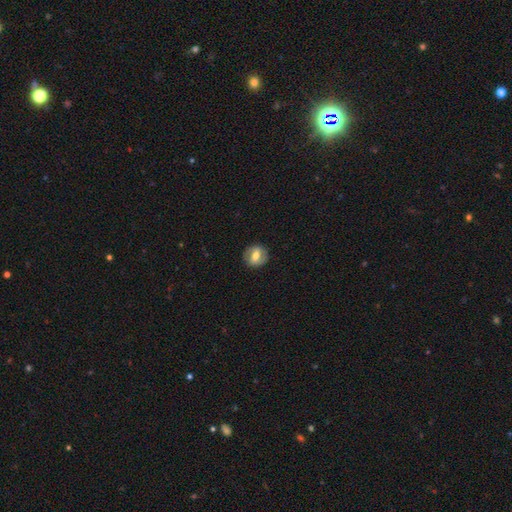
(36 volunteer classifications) Morphology: type=smooth (67%); roundness=round (58%); merging=none (89%).